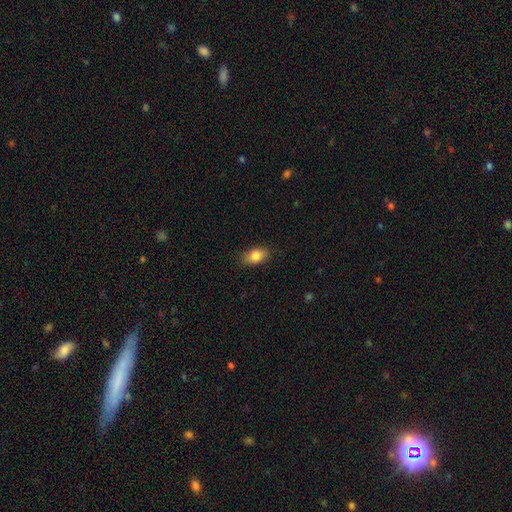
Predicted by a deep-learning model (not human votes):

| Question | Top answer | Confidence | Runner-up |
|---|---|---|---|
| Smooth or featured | smooth | 84% | featured or disk (9%) |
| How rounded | in between | 87% | round (10%) |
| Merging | none | 85% | minor disturbance (12%) |